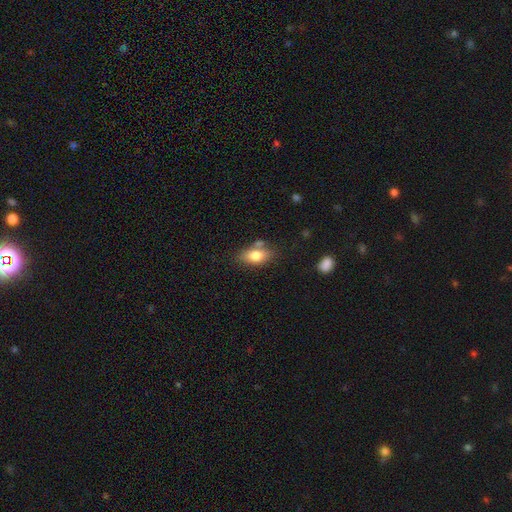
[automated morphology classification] Smooth or featured: smooth — 78% (featured or disk — 14%)
How rounded: in between — 87% (round — 8%)
Merging: none — 64% (minor disturbance — 18%)